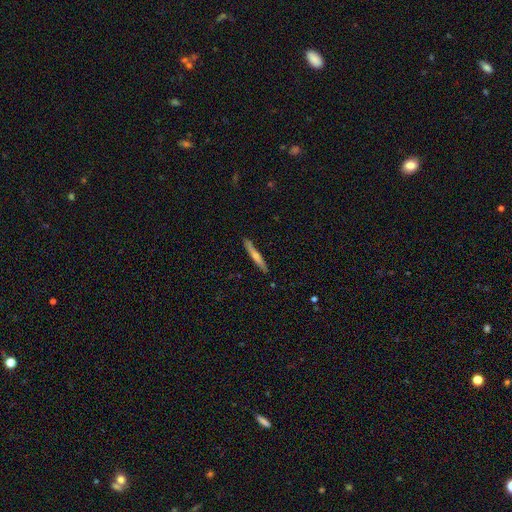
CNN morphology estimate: Smooth or featured? featured or disk (55%)
Edge-on disk? yes (96%)
Edge-on bulge? rounded (74%)
Merging? none (89%)